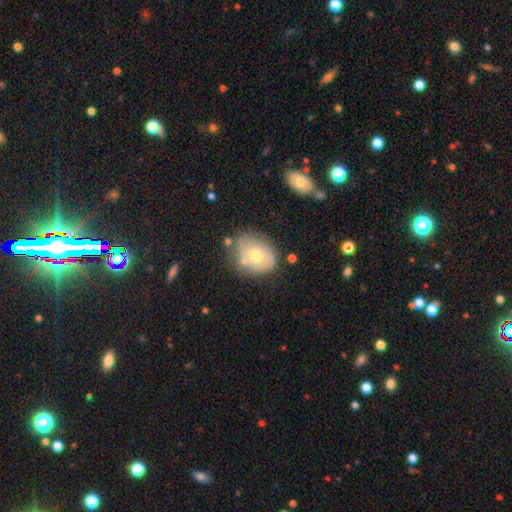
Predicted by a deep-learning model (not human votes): Smooth or featured: smooth — 48% (featured or disk — 44%)
Merging: none — 51% (minor disturbance — 28%)